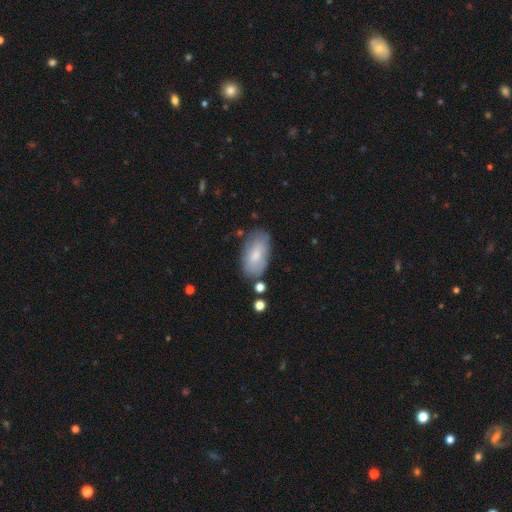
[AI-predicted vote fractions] Smooth or featured? Predicted: smooth (p=0.73). How rounded? Predicted: in between (p=0.94). Merging? Predicted: none (p=0.71).